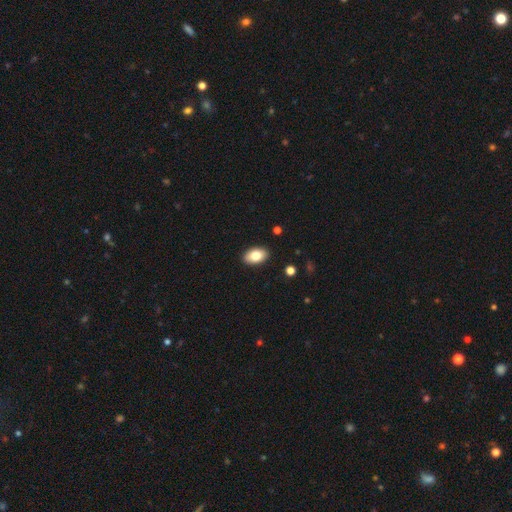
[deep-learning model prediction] This appears to be a smooth galaxy with no disk features (81%) that is in between round and cigar-shaped (92%). Merging: none (89%).